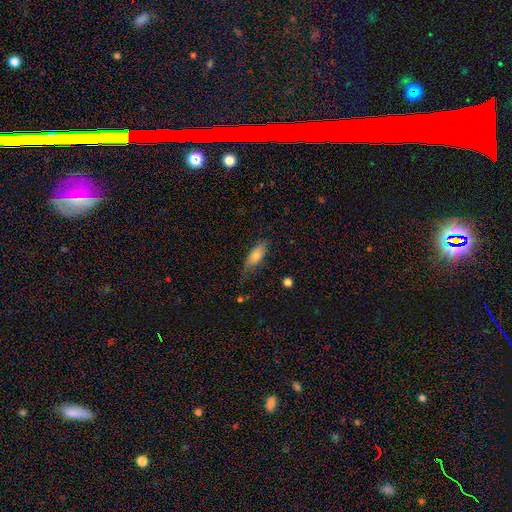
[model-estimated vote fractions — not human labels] smooth_or_featured: smooth (p=0.72) [alt: featured or disk p=0.21]
how_rounded: in between (p=0.68) [alt: cigar-shaped p=0.29]
merging: none (p=0.69) [alt: minor disturbance p=0.24]